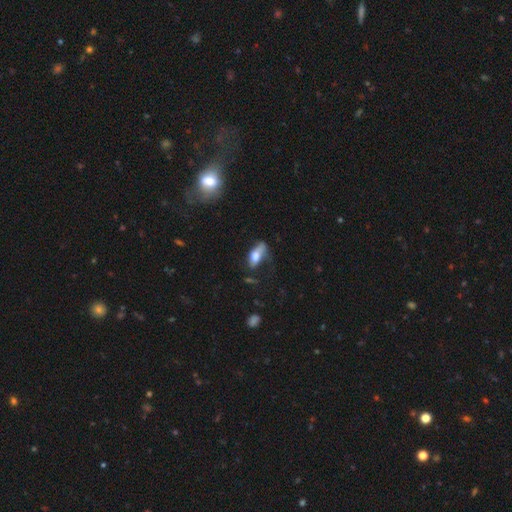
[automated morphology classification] Overall: smooth (68%). How rounded: in between (79%). Merging: none (33%; minor disturbance 31%).